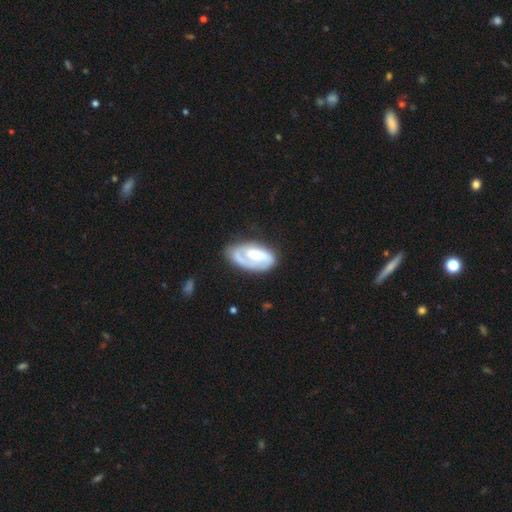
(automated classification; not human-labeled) Overall: featured or disk (62%; smooth 32%). Edge-on disk: no (95%). Bar: no (43%; weak 35%). Spiral arms: yes (78%). Bulge size: moderate (33%; large 29%). Merging: none (58%; minor disturbance 24%).